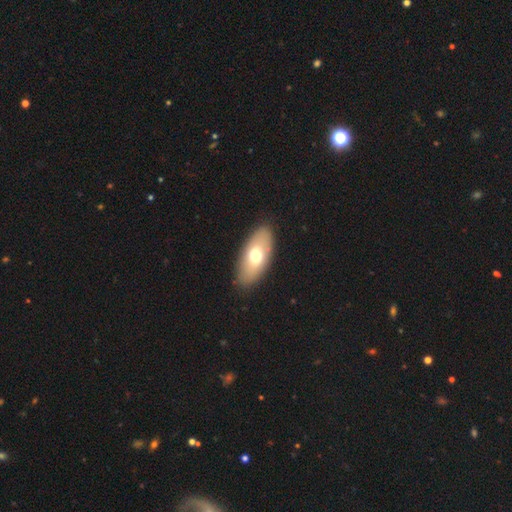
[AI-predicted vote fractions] A smooth galaxy with no disk features (67%) that is in between round and cigar-shaped (90%).

Vote fractions:
- Smooth or featured? smooth: 67% / featured or disk: 27% / star or artifact: 6%
- How rounded? in between: 90% / cigar-shaped: 7% / round: 3%
- Merging? none: 87% / minor disturbance: 10% / major disturbance: 3% / merger: 1%